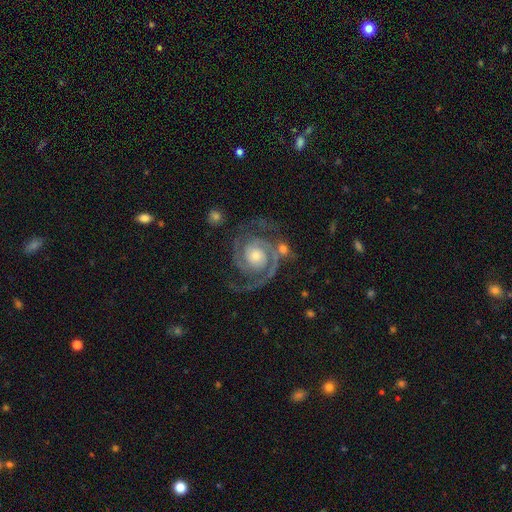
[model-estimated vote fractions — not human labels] A featured or disk galaxy (93%) with no bar (74%), 2 (86%) tight (62%) spiral arms (98%) and a moderate central bulge (51%). Merging: none (73%).